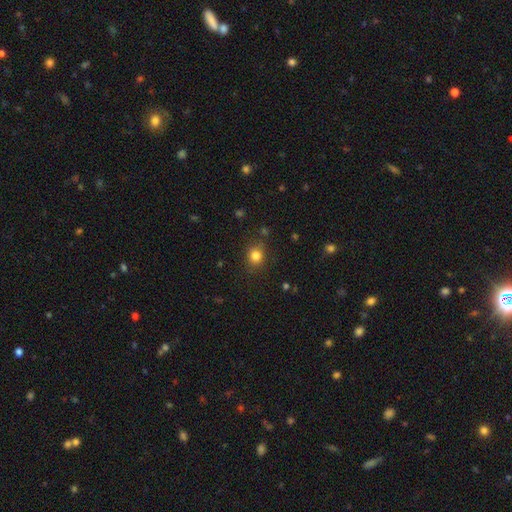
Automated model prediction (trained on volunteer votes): A smooth galaxy with no disk features (81%) that is round (72%). Merging: none (82%).